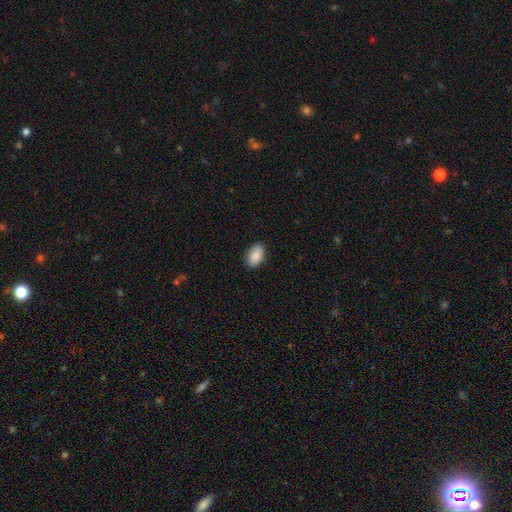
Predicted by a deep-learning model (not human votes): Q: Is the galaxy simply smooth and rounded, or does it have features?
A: smooth — 87%.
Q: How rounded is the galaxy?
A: in between — 92%.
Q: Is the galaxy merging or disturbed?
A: none — 87%.